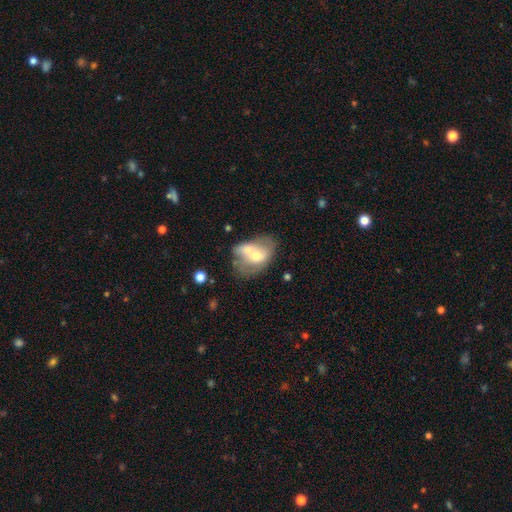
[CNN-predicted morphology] Smooth or featured: smooth — 52% (featured or disk — 41%)
How rounded: in between — 75% (round — 23%)
Merging: merger — 62% (none — 18%)